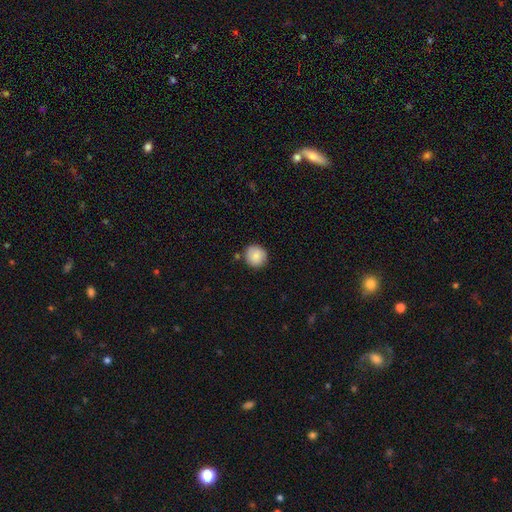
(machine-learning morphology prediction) smooth_or_featured: smooth (p=0.86) [alt: star or artifact p=0.08]
how_rounded: round (p=0.92) [alt: in between p=0.07]
merging: none (p=0.84) [alt: minor disturbance p=0.10]